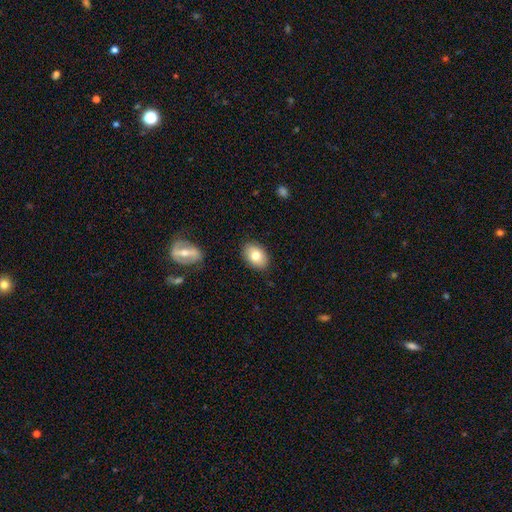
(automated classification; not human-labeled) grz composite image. It shows a smooth galaxy with no disk features (78%) that is in between round and cigar-shaped (84%). Merging: none (86%).